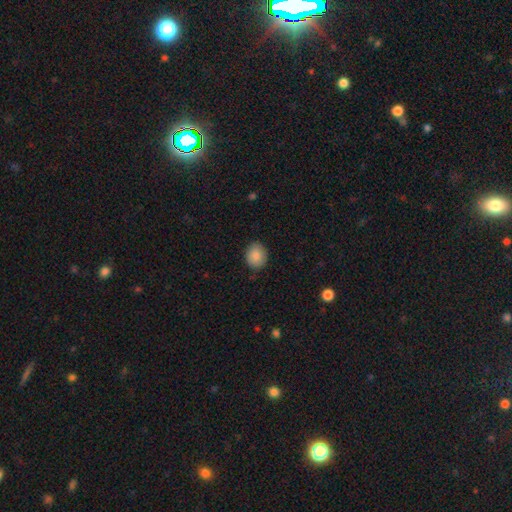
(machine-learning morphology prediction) type=smooth (87%); roundness=round (63%); merging=none (85%).